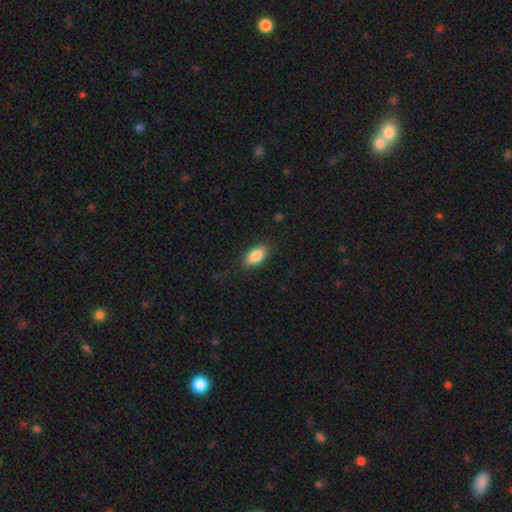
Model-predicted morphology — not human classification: Smooth or featured? smooth (85%)
How rounded? in between (91%)
Merging? none (85%)